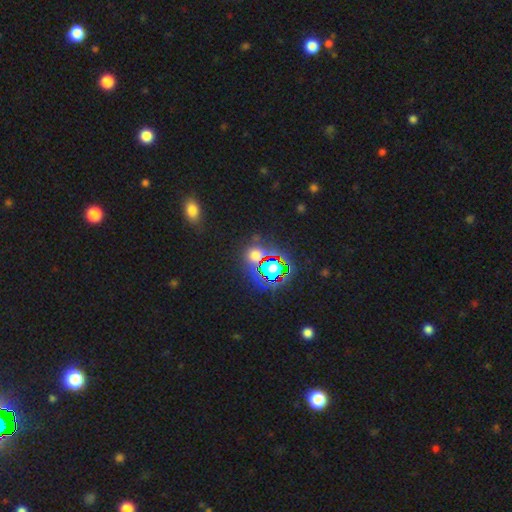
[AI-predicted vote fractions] Smooth or featured: star or artifact — 55% (smooth — 35%)